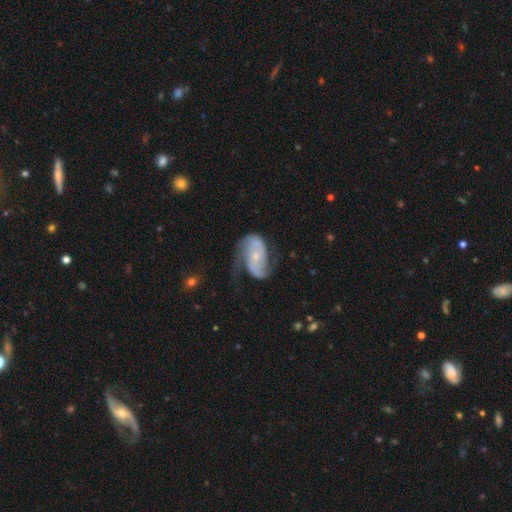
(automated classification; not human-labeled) Smooth or featured?
  - featured or disk: 84% *
  - smooth: 11%
  - star or artifact: 6%
Edge-on disk?
  - no: 97% *
  - yes: 3%
Bar?
  - no: 62% *
  - weak: 29%
  - strong: 9%
Spiral arms?
  - yes: 95% *
  - no: 5%
Spiral winding?
  - medium: 44% *
  - loose: 31%
  - tight: 24%
Spiral arm count?
  - 2: 80% *
  - can't tell: 7%
  - 3: 6%
  - 1: 3%
  - 4: 2%
  - more than 4: 2%
Bulge size?
  - small: 68% *
  - moderate: 26%
  - none: 3%
  - large: 1%
  - dominant: 1%
Merging?
  - none: 56% *
  - minor disturbance: 24%
  - major disturbance: 18%
  - merger: 2%